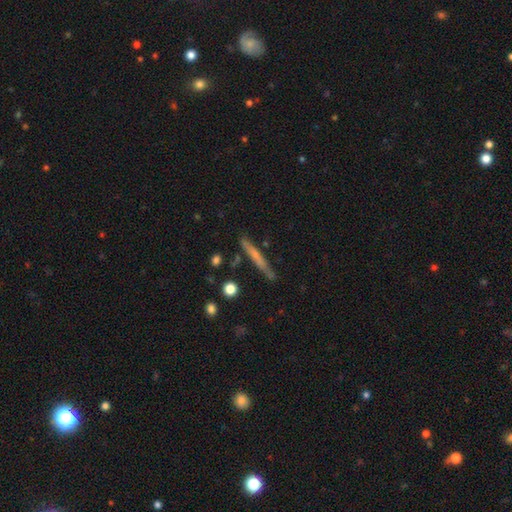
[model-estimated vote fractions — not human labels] Smooth or featured? smooth (51%)
How rounded? cigar-shaped (95%)
Merging? none (81%)